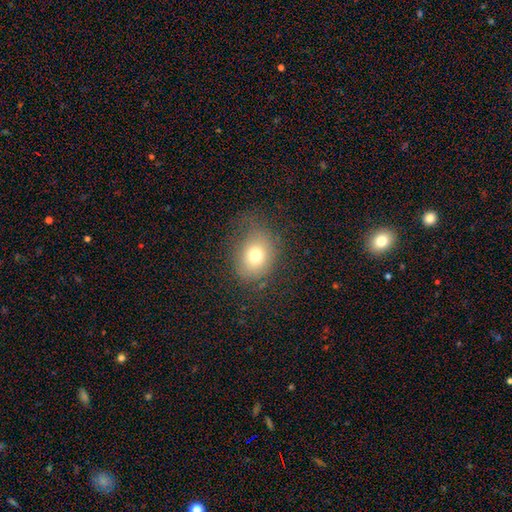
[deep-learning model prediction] This appears to be a smooth galaxy with no disk features (73%) that is round (51%). Merging: none (69%).